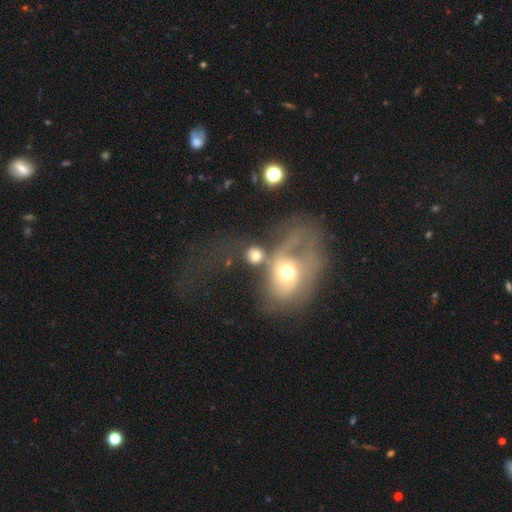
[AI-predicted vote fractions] Q: Smooth or featured?
A: smooth (60%); runner-up: featured or disk (29%)
Q: How rounded?
A: round (64%); runner-up: in between (34%)
Q: Merging?
A: merger (44%); runner-up: none (25%)